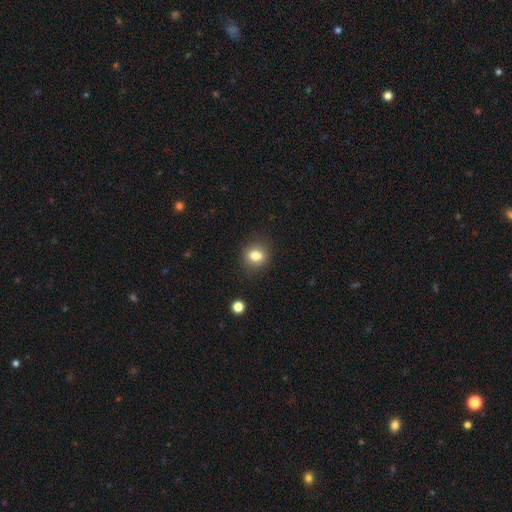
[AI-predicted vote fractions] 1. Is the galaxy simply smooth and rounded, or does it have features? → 81% smooth, 11% star or artifact, 8% featured or disk.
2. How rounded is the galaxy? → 74% round, 25% in between, 1% cigar-shaped.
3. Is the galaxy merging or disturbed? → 87% none, 9% minor disturbance, 3% major disturbance, 1% merger.